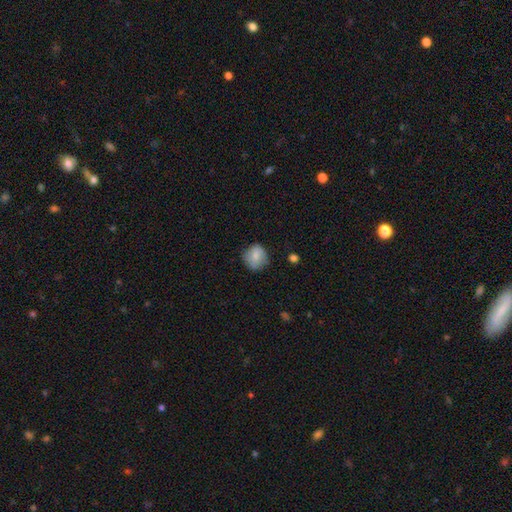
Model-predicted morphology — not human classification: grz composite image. It shows a smooth galaxy with no disk features (77%) that is round (82%). Merging: none (74%).